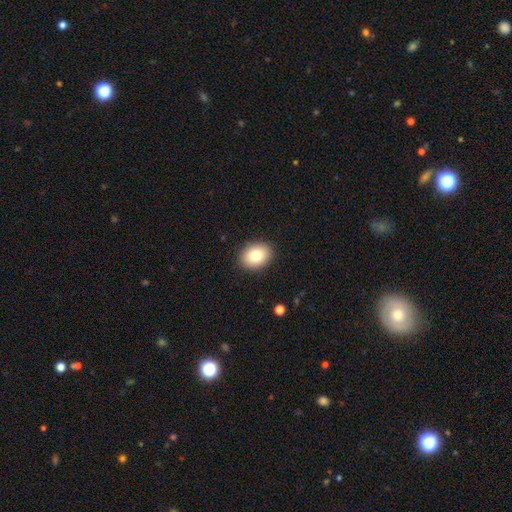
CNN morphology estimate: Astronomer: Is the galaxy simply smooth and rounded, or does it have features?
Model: smooth — 80%.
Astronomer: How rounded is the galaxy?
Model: in between — 61% (runner-up: round, 39%).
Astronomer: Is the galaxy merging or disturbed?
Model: none — 90%.